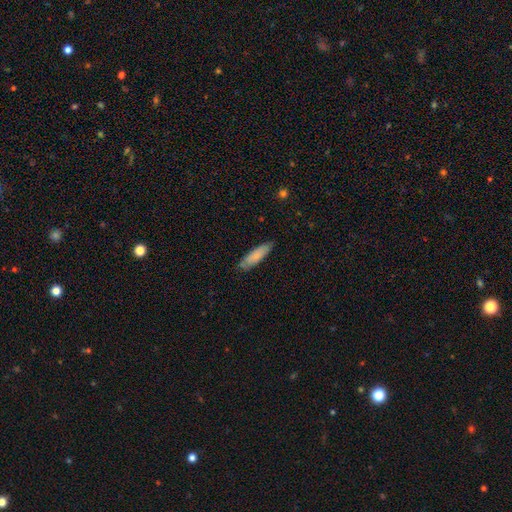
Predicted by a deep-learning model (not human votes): Smooth or featured?
  - smooth: 81% *
  - featured or disk: 13%
  - star or artifact: 6%
How rounded?
  - cigar-shaped: 64% *
  - in between: 34%
  - round: 1%
Merging?
  - none: 81% *
  - minor disturbance: 15%
  - major disturbance: 2%
  - merger: 1%